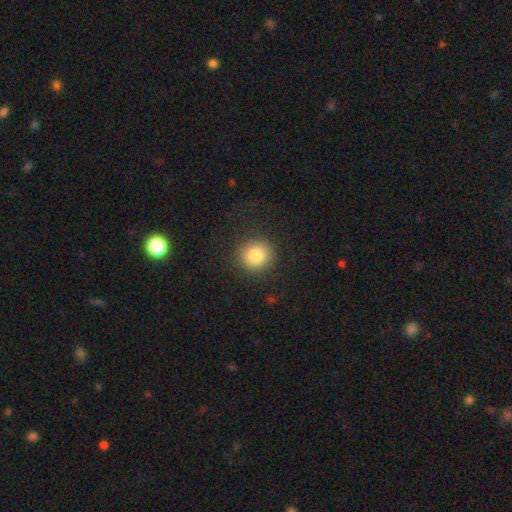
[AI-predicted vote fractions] This is clearly a smooth galaxy (82%). How rounded: clearly round (91%). Merging: clearly none (89%).